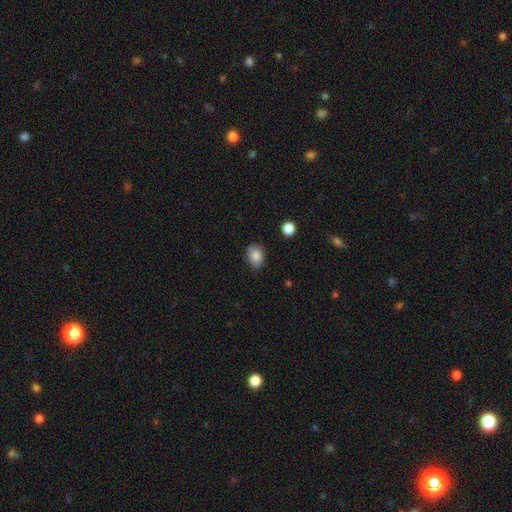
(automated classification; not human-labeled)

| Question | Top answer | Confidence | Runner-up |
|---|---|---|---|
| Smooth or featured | smooth | 86% | star or artifact (9%) |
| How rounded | in between | 66% | round (33%) |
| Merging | none | 80% | minor disturbance (15%) |